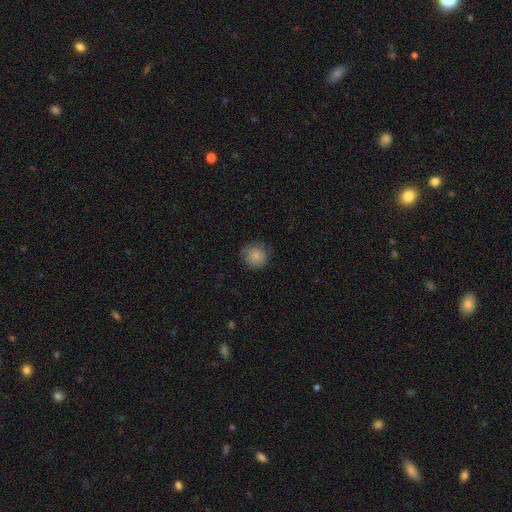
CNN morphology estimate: smooth 86%, star or artifact 8%, featured or disk 6%. Down the decision tree: how rounded — round (92%); merging — none (80%).